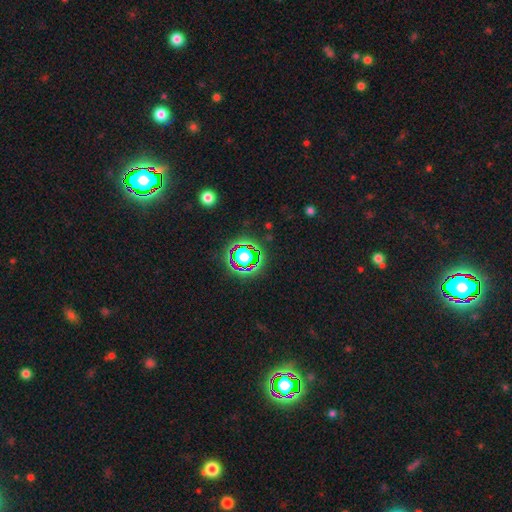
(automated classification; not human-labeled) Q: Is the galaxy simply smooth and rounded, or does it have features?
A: star or artifact — 80%.